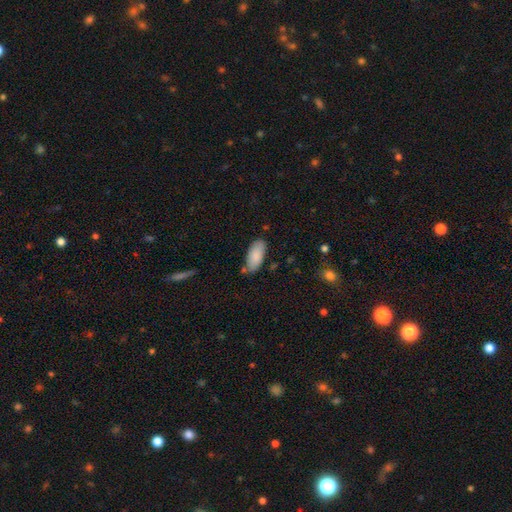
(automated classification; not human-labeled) Smooth or featured: smooth — 87% (featured or disk — 7%)
How rounded: in between — 89% (cigar-shaped — 9%)
Merging: none — 74% (minor disturbance — 18%)